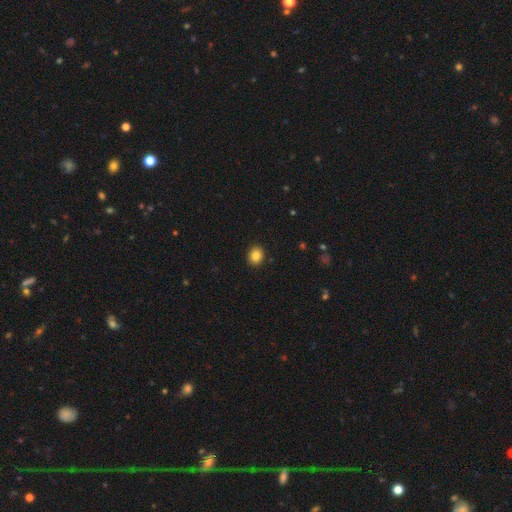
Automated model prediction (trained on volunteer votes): The model was most divided on "how rounded": round: 57%, in between: 42%, cigar-shaped: 1%. More confident: merging — none (90%); smooth or featured — smooth (85%).